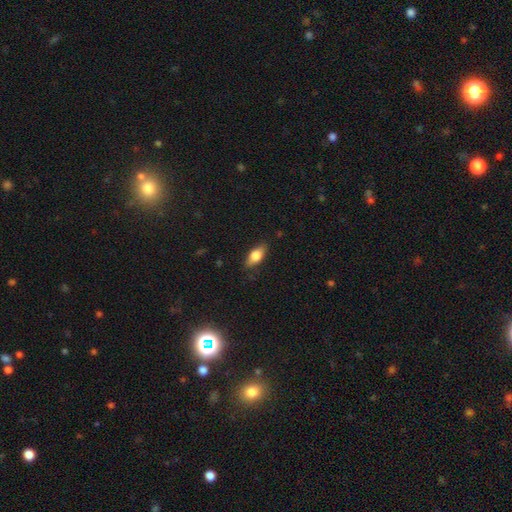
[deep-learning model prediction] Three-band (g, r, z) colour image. It shows a smooth galaxy with no disk features (69%) that is in between round and cigar-shaped (80%). Merging: none (82%).